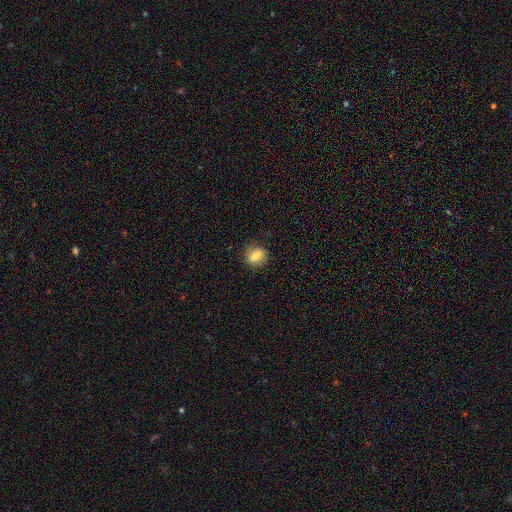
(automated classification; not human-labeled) A smooth galaxy with no disk features (78%) that is round (51%).

Vote fractions:
- Smooth or featured? smooth: 78% / featured or disk: 13% / star or artifact: 9%
- How rounded? round: 51% / in between: 46% / cigar-shaped: 2%
- Merging? none: 79% / minor disturbance: 15% / major disturbance: 4% / merger: 1%